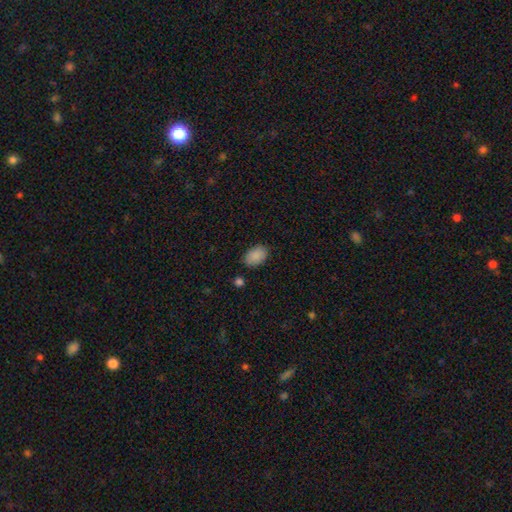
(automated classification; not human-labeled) Smooth or featured: smooth — 89% (star or artifact — 7%)
How rounded: in between — 88% (round — 11%)
Merging: none — 83% (minor disturbance — 12%)